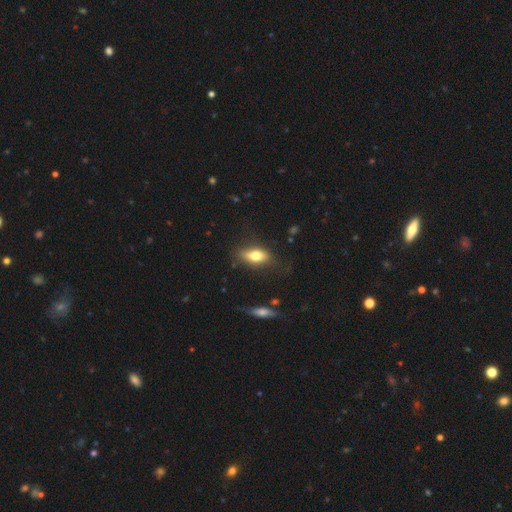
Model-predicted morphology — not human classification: Q: Smooth or featured?
A: smooth (71%); runner-up: featured or disk (21%)
Q: How rounded?
A: in between (83%); runner-up: cigar-shaped (12%)
Q: Merging?
A: none (73%); runner-up: minor disturbance (18%)